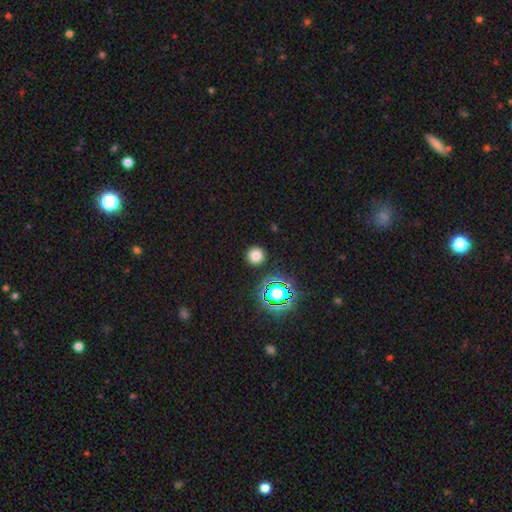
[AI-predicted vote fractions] Q: Smooth or featured?
A: smooth (75%); runner-up: star or artifact (19%)
Q: How rounded?
A: round (94%); runner-up: in between (5%)
Q: Merging?
A: none (90%); runner-up: minor disturbance (6%)